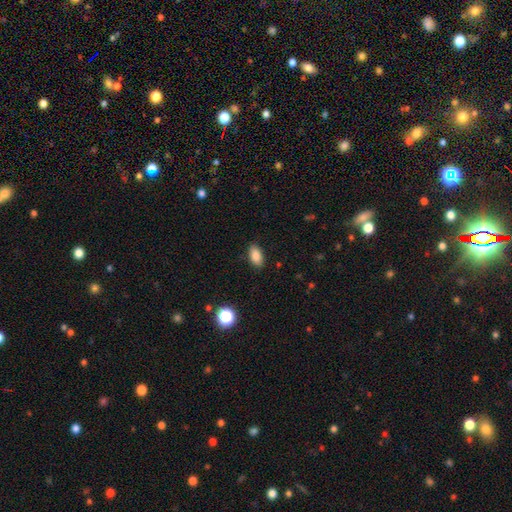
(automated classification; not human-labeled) A smooth galaxy with no disk features (87%) that is in between round and cigar-shaped (92%). Merging: none (87%).